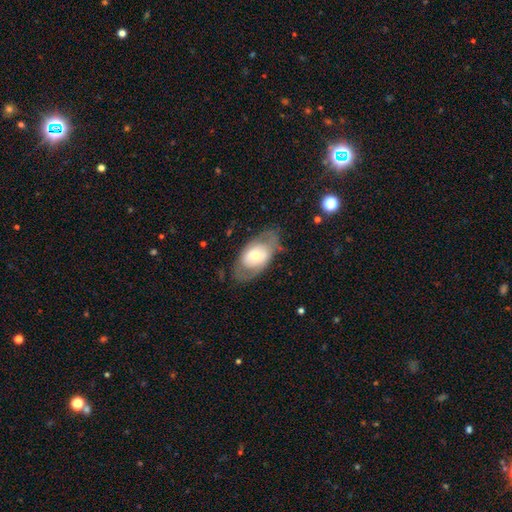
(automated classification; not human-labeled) Smooth or featured?
  - featured or disk: 53% *
  - smooth: 41%
  - star or artifact: 6%
Edge-on disk?
  - no: 90% *
  - yes: 10%
Merging?
  - none: 63% *
  - minor disturbance: 21%
  - major disturbance: 14%
  - merger: 2%